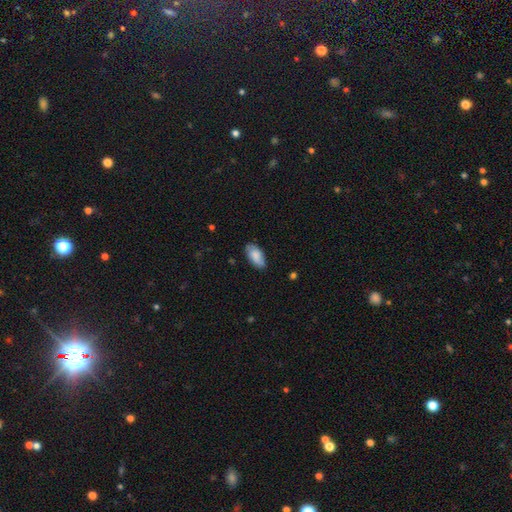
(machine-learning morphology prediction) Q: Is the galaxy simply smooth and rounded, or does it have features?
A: smooth — 77%.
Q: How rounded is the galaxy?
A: in between — 93%.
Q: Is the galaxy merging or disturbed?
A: none — 78%.